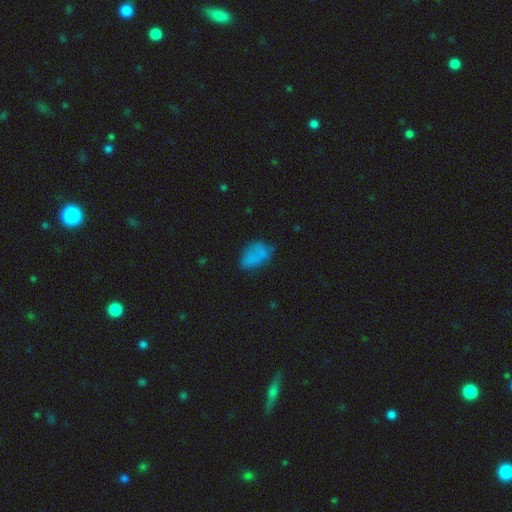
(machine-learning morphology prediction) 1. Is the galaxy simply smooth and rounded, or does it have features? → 72% smooth, 15% featured or disk, 13% star or artifact.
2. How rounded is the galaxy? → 87% in between, 11% round, 2% cigar-shaped.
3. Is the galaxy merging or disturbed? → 52% none, 28% minor disturbance, 13% major disturbance, 6% merger.